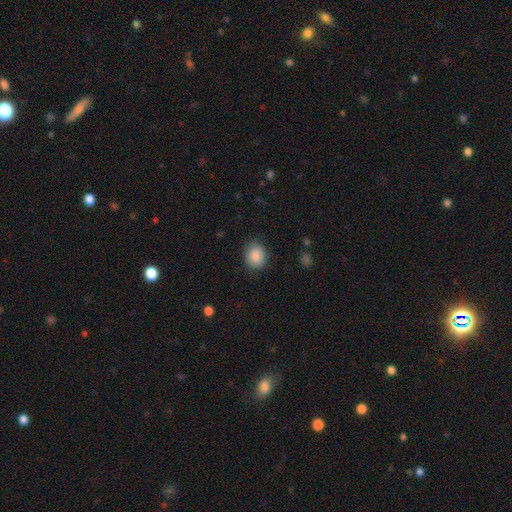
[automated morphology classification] Smooth or featured: smooth — 88% (star or artifact — 8%)
How rounded: round — 55% (in between — 44%)
Merging: none — 85% (minor disturbance — 11%)